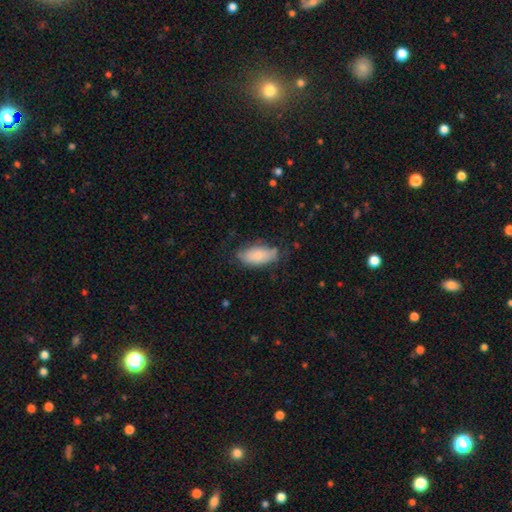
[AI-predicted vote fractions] Smooth or featured: smooth — 77% (featured or disk — 17%)
How rounded: in between — 89% (cigar-shaped — 9%)
Merging: none — 62% (minor disturbance — 27%)